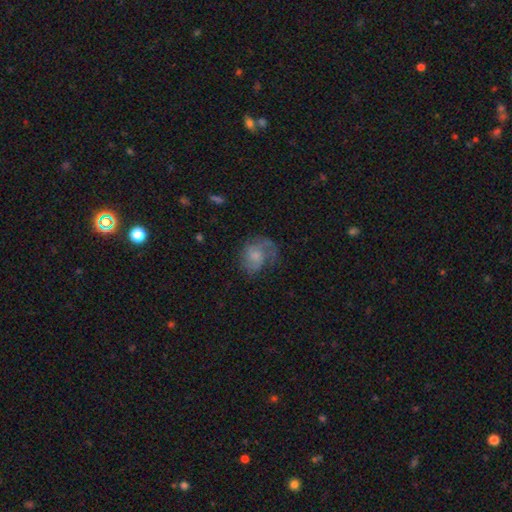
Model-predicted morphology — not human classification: Overall: featured or disk (59%; smooth 32%). Edge-on disk: no (98%). Bar: no (71%). Spiral arms: yes (85%). Bulge size: small (40%; moderate 34%). Merging: none (52%; minor disturbance 24%).